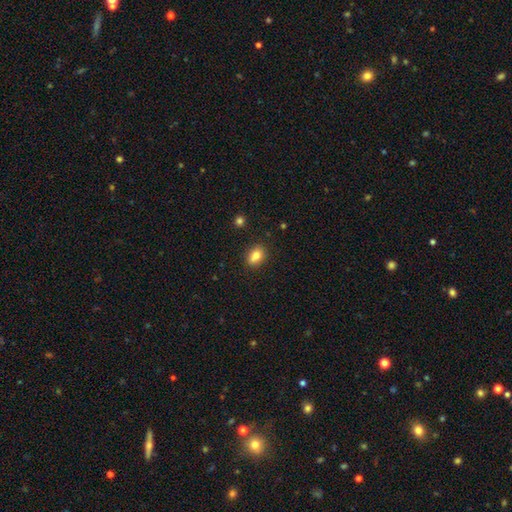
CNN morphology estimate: A smooth galaxy with no disk features (83%) that is in between round and cigar-shaped (78%). Merging: none (84%).